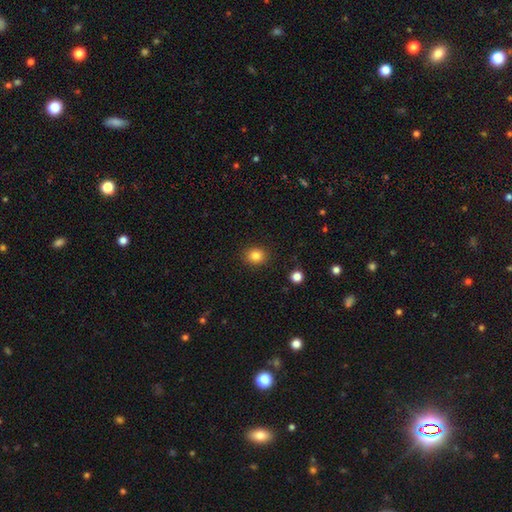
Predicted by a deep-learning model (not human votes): This is clearly a smooth galaxy (83%). How rounded: likely round (77%). Merging: clearly none (90%).